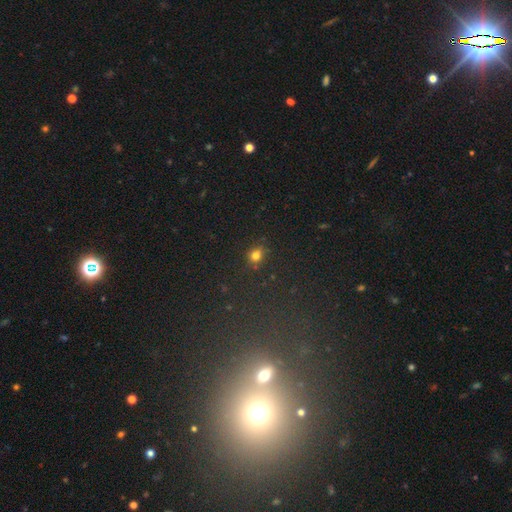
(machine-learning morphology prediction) smooth 74%, star or artifact 19%, featured or disk 6%. Down the decision tree: how rounded — round (66%); merging — none (79%).